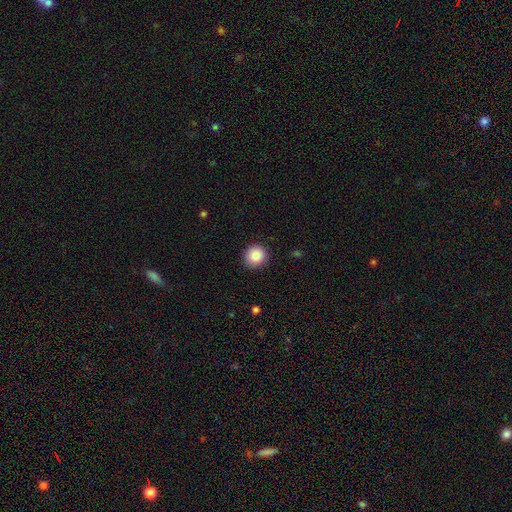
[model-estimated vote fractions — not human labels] A smooth galaxy with no disk features (87%) that is round (91%). Merging: none (90%).